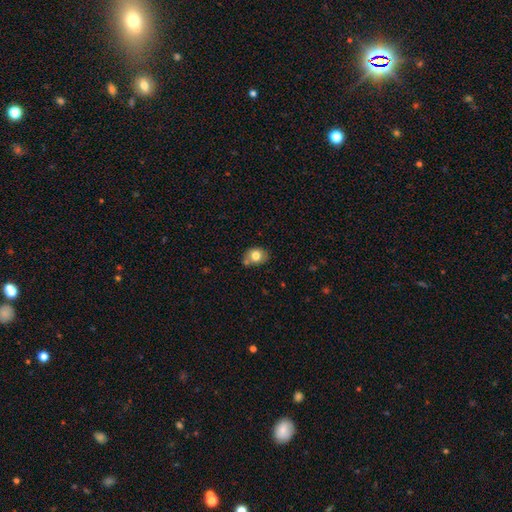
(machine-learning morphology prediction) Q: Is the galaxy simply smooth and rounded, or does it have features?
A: smooth — 77%.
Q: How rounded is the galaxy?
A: in between — 53%.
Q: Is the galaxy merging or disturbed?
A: none — 62%.